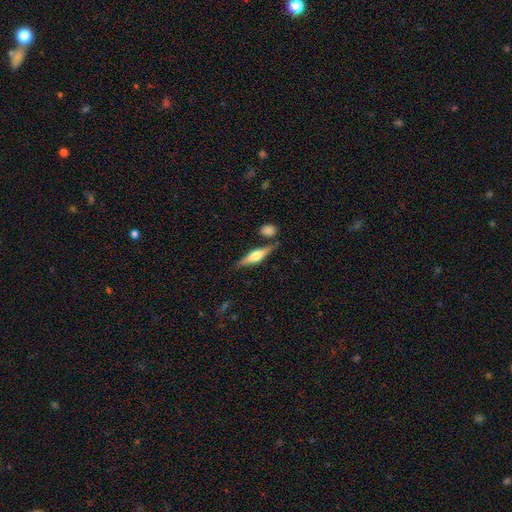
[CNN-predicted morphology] Q: Smooth or featured?
A: featured or disk (65%); runner-up: smooth (29%)
Q: Edge-on disk?
A: yes (96%); runner-up: no (4%)
Q: Edge-on bulge?
A: rounded (89%); runner-up: boxy (8%)
Q: Merging?
A: none (79%); runner-up: minor disturbance (10%)